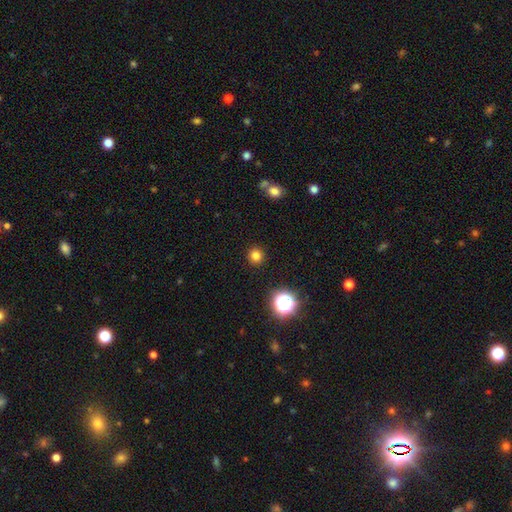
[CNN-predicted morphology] A smooth galaxy with no disk features (79%) that is round (95%).

Vote fractions:
- Smooth or featured? smooth: 79% / star or artifact: 16% / featured or disk: 4%
- How rounded? round: 95% / in between: 4% / cigar-shaped: 1%
- Merging? none: 92% / minor disturbance: 5% / major disturbance: 2% / merger: 1%